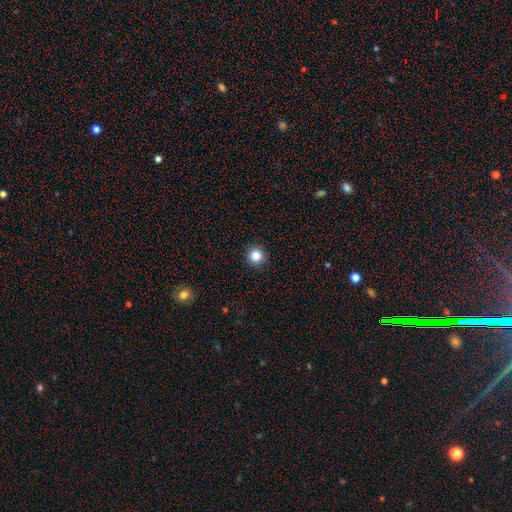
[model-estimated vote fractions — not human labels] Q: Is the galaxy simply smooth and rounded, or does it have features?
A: smooth — 83%.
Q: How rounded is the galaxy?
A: round — 95%.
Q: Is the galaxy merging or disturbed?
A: none — 93%.